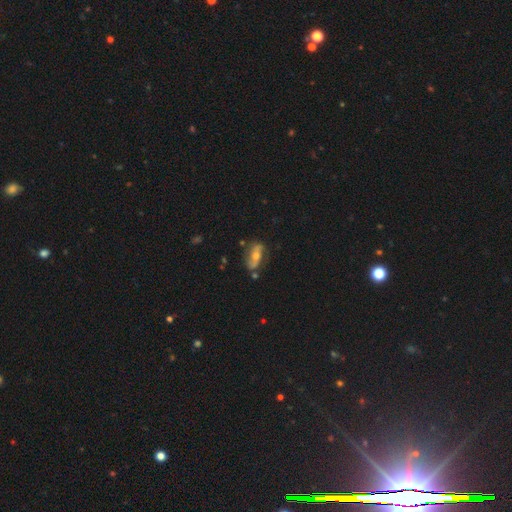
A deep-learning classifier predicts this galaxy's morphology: Smooth or featured?
  - featured or disk: 64% *
  - smooth: 28%
  - star or artifact: 8%
Edge-on disk?
  - no: 85% *
  - yes: 15%
Bar?
  - no: 52% *
  - weak: 27%
  - strong: 21%
Spiral arms?
  - yes: 81% *
  - no: 19%
Bulge size?
  - moderate: 63% *
  - small: 30%
  - large: 4%
  - none: 2%
  - dominant: 1%
Merging?
  - none: 71% *
  - minor disturbance: 18%
  - major disturbance: 6%
  - merger: 5%